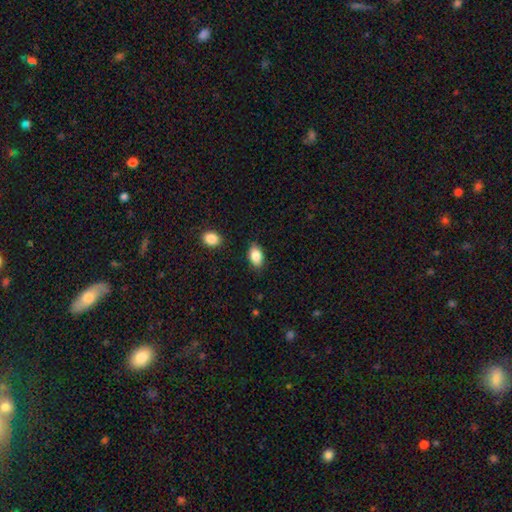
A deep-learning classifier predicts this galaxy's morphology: This appears to be a smooth galaxy with no disk features (87%) that is in between round and cigar-shaped (91%). Merging: none (85%).